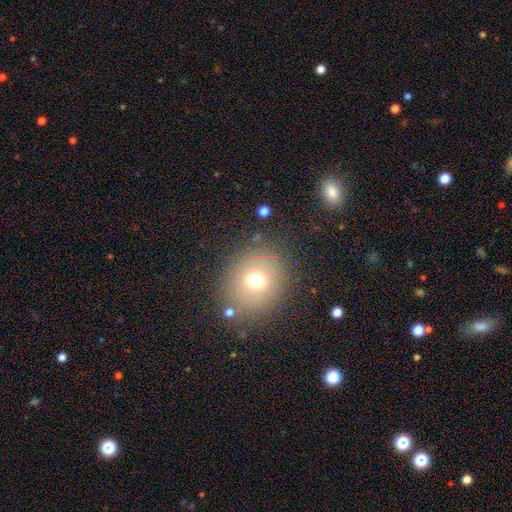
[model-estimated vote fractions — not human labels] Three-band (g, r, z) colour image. It shows a smooth galaxy with no disk features (64%) that is round (77%). Merging: none (84%).